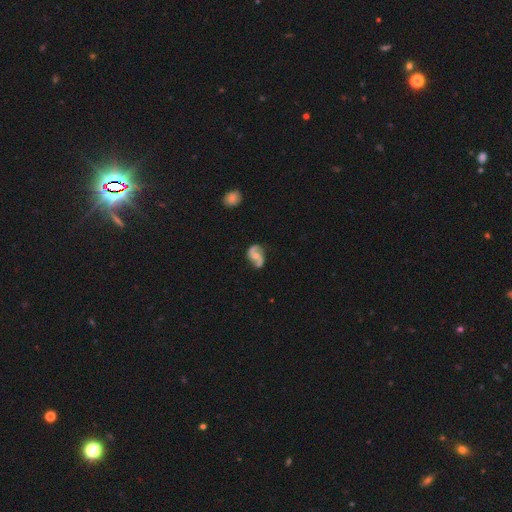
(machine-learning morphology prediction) A featured or disk galaxy (84%) with no bar (52%), 2 (91%) medium (45%) spiral arms (95%) and a moderate central bulge (46%). Merging: none (65%).